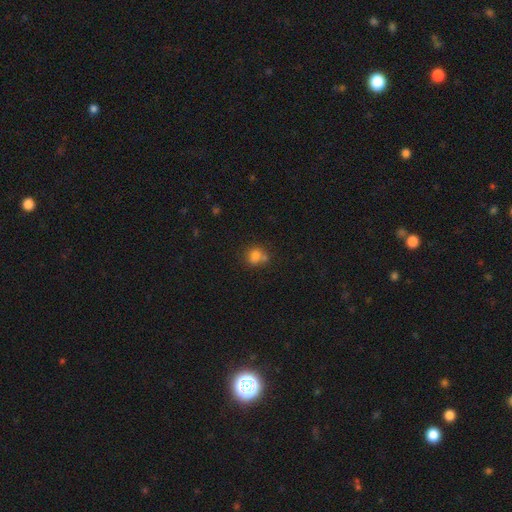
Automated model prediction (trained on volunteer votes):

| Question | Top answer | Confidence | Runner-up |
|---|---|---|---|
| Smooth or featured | smooth | 77% | star or artifact (12%) |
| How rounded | round | 73% | in between (26%) |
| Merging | none | 51% | merger (30%) |